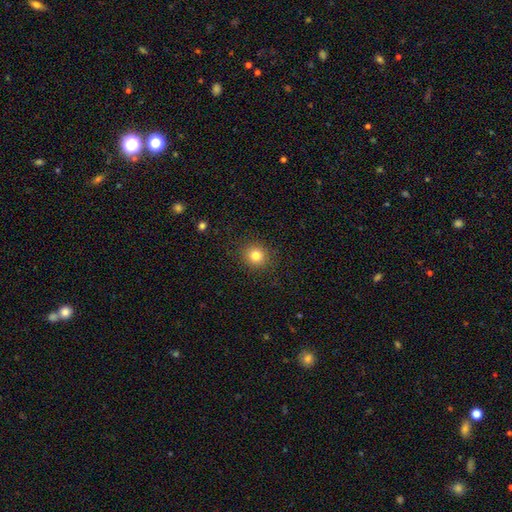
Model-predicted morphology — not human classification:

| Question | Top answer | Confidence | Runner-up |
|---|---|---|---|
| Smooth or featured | smooth | 81% | star or artifact (12%) |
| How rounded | round | 87% | in between (12%) |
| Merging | none | 89% | minor disturbance (7%) |